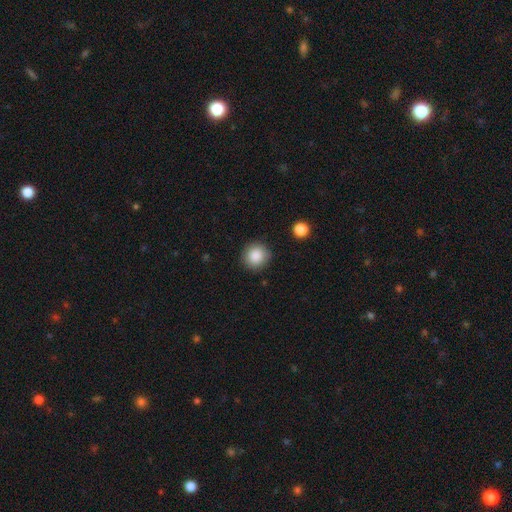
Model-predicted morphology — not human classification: Smooth or featured: smooth — 86% (star or artifact — 9%)
How rounded: round — 93% (in between — 6%)
Merging: none — 88% (minor disturbance — 8%)